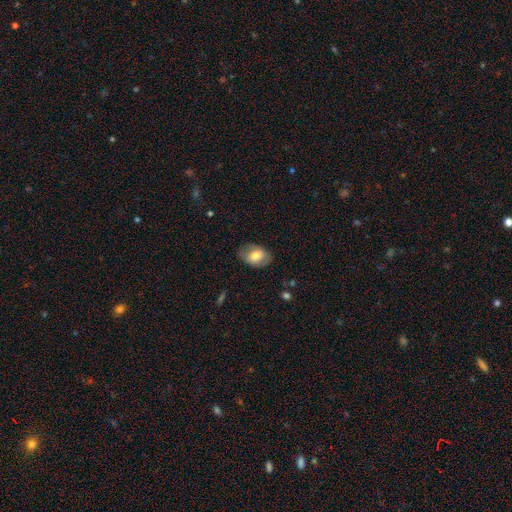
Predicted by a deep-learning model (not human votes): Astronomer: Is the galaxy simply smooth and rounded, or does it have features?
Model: smooth — 63%.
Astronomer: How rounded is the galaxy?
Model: in between — 80%.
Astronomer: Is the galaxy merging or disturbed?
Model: none — 76%.